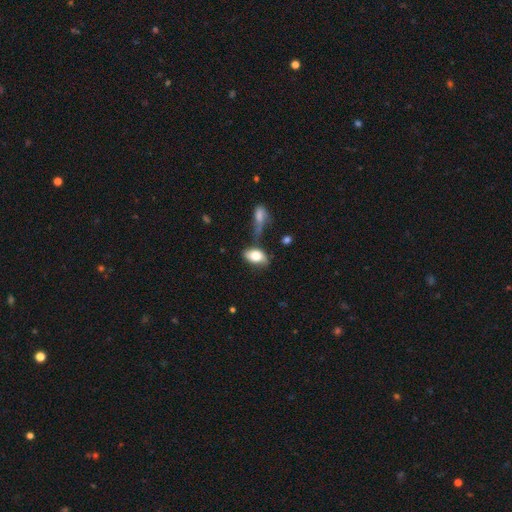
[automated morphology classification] smooth 77%, featured or disk 16%, star or artifact 7%. Down the decision tree: how rounded — in between (90%); merging — none (41%).